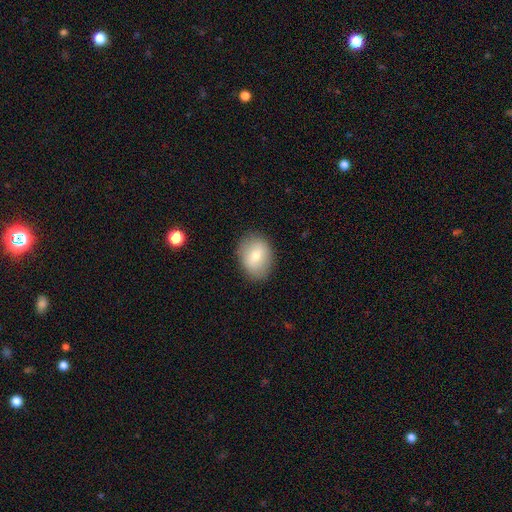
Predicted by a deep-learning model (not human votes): smooth-or-featured: smooth: 69% | featured or disk: 22% | star or artifact: 8%
  how-rounded: in between: 62% | round: 37% | cigar-shaped: 1%
  merging: none: 84% | minor disturbance: 11% | major disturbance: 3% | merger: 1%